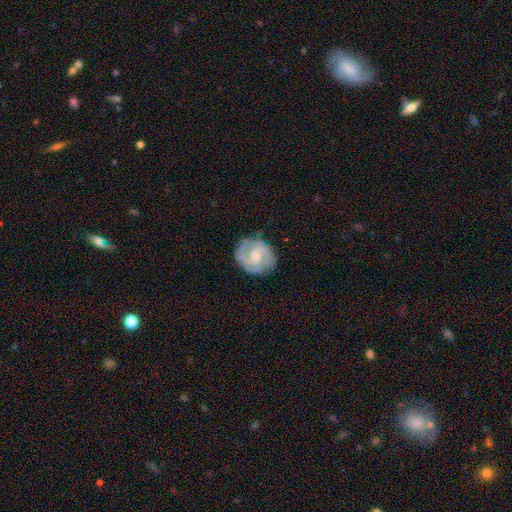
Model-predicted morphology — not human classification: Q: Smooth or featured?
A: featured or disk (83%); runner-up: smooth (13%)
Q: Edge-on disk?
A: no (98%); runner-up: yes (2%)
Q: Bar?
A: no (50%); runner-up: weak (43%)
Q: Spiral arms?
A: yes (96%); runner-up: no (4%)
Q: Spiral winding?
A: tight (52%); runner-up: medium (40%)
Q: Spiral arm count?
A: 2 (65%); runner-up: 3 (16%)
Q: Bulge size?
A: small (54%); runner-up: moderate (36%)
Q: Merging?
A: none (78%); runner-up: minor disturbance (16%)